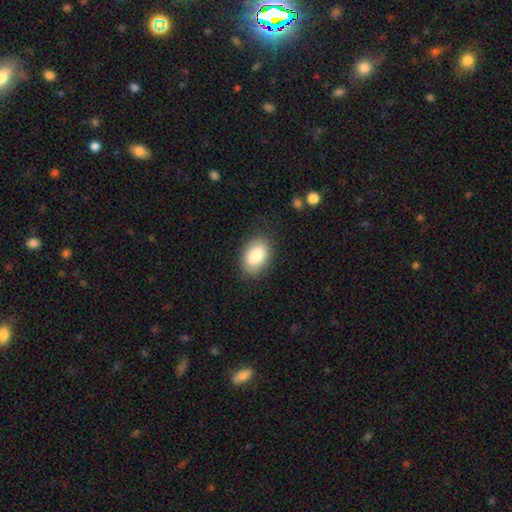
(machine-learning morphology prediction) Smooth or featured? Predicted: smooth (p=0.85). How rounded? Predicted: in between (p=0.88). Merging? Predicted: none (p=0.82).